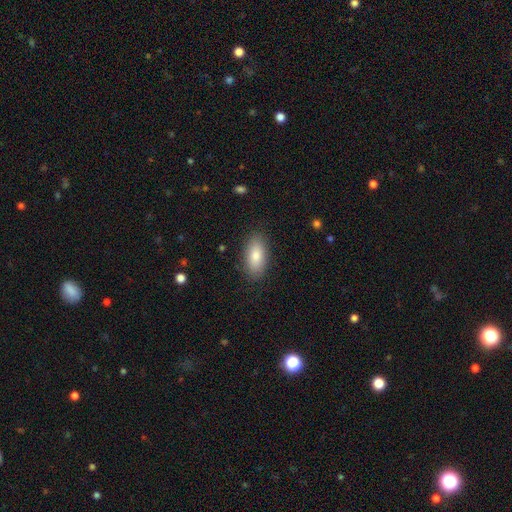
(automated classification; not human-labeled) smooth_or_featured: smooth (p=0.82) [alt: featured or disk p=0.11]
how_rounded: in between (p=0.89) [alt: cigar-shaped p=0.08]
merging: none (p=0.87) [alt: minor disturbance p=0.09]